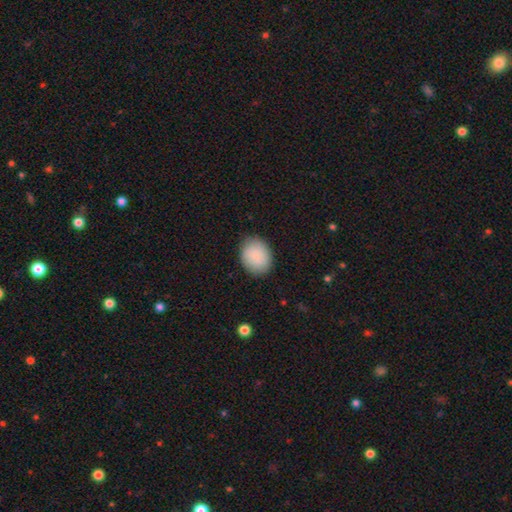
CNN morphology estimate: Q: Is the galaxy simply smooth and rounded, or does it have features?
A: smooth — 89%.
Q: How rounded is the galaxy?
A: in between — 55%.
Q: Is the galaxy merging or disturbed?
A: none — 86%.